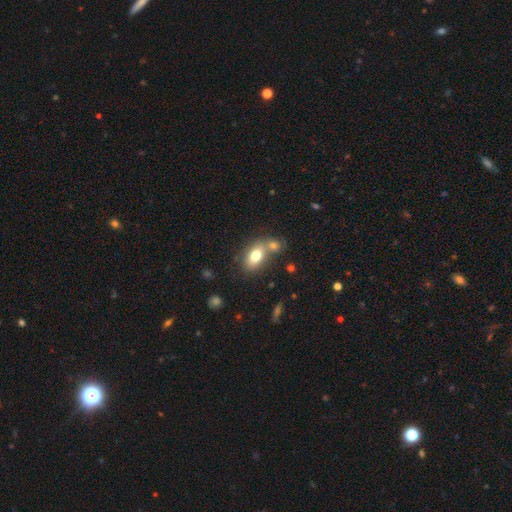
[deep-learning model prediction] Smooth or featured?
  - smooth: 76% *
  - featured or disk: 15%
  - star or artifact: 9%
How rounded?
  - in between: 85% *
  - round: 13%
  - cigar-shaped: 3%
Merging?
  - none: 50% *
  - merger: 34%
  - minor disturbance: 11%
  - major disturbance: 4%